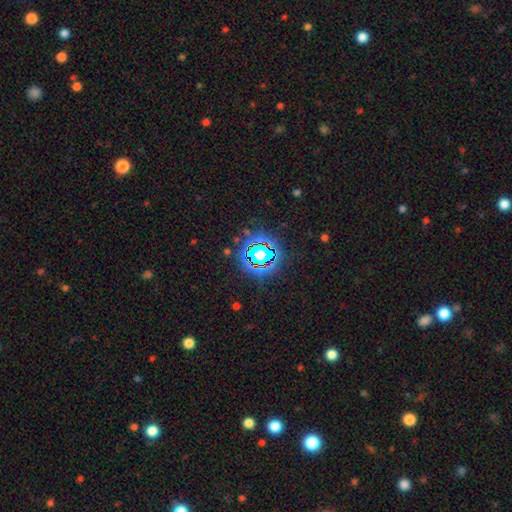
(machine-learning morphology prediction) The model was most divided on "smooth or featured": star or artifact: 75%, smooth: 15%, featured or disk: 10%.